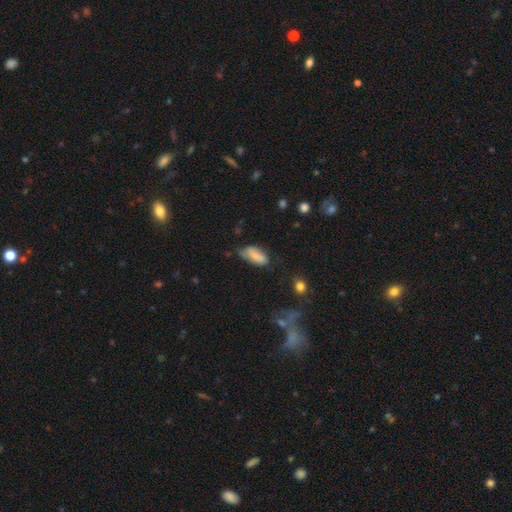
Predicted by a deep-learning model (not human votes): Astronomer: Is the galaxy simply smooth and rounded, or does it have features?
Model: smooth — 73%.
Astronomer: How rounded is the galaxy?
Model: in between — 88%.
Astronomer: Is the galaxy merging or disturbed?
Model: none — 48% (runner-up: minor disturbance, 35%).